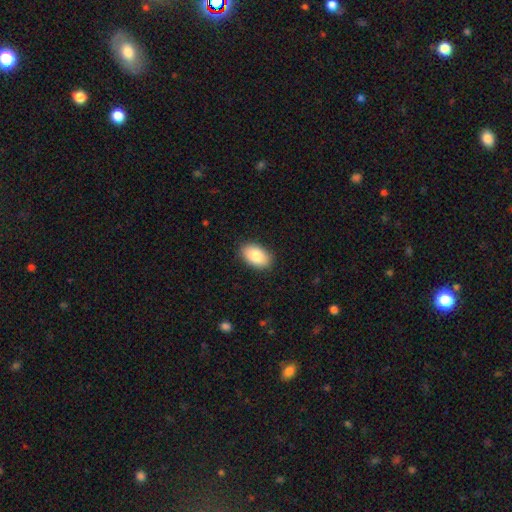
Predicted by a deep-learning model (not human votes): smooth_or_featured: smooth (p=0.84) [alt: featured or disk p=0.10]
how_rounded: in between (p=0.92) [alt: round p=0.07]
merging: none (p=0.88) [alt: minor disturbance p=0.09]